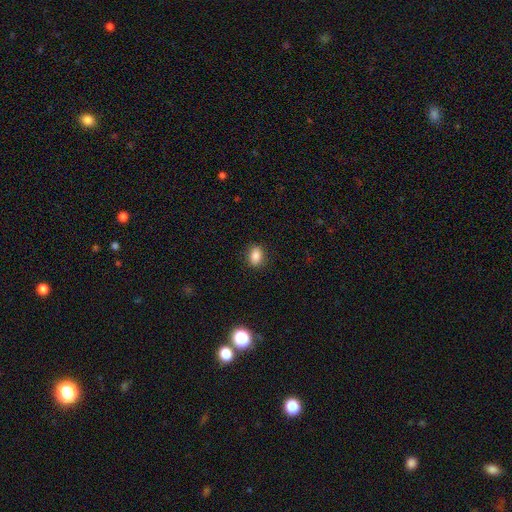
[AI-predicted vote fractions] Smooth or featured?
  - smooth: 85% *
  - star or artifact: 9%
  - featured or disk: 6%
How rounded?
  - in between: 76% *
  - round: 22%
  - cigar-shaped: 2%
Merging?
  - none: 86% *
  - minor disturbance: 10%
  - major disturbance: 3%
  - merger: 1%